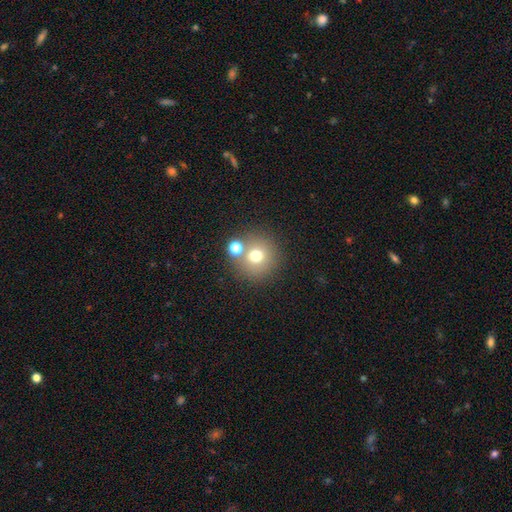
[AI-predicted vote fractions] This appears to be a smooth galaxy with no disk features (71%) that is round (92%). Merging: none (71%).